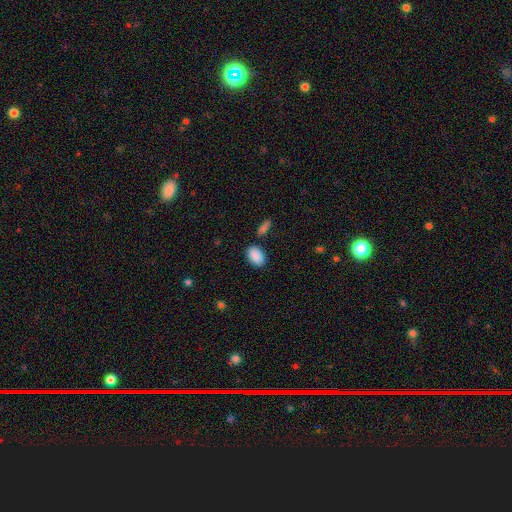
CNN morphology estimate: Smooth or featured? smooth (90%)
How rounded? in between (89%)
Merging? none (82%)